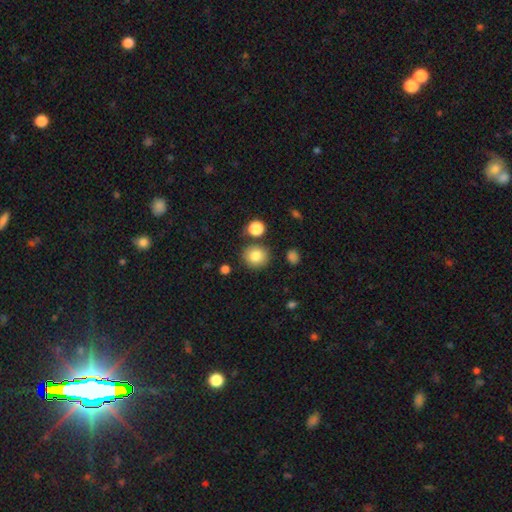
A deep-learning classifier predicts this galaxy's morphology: Smooth or featured?
  - smooth: 82% *
  - star or artifact: 10%
  - featured or disk: 8%
How rounded?
  - round: 87% *
  - in between: 12%
  - cigar-shaped: 1%
Merging?
  - none: 82% *
  - minor disturbance: 9%
  - merger: 6%
  - major disturbance: 3%